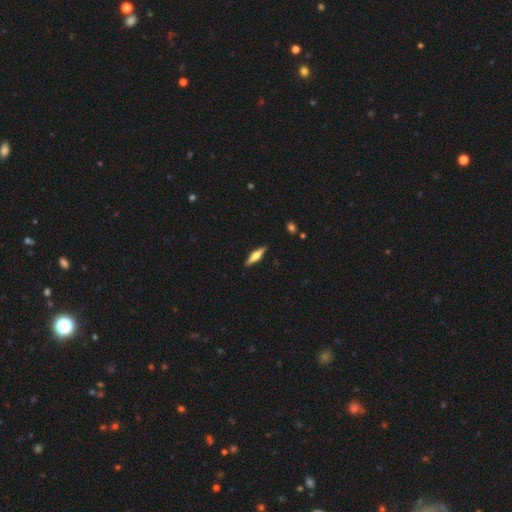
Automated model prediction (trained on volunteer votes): Q: Smooth or featured?
A: featured or disk (55%); runner-up: smooth (40%)
Q: Edge-on disk?
A: yes (96%); runner-up: no (4%)
Q: Edge-on bulge?
A: rounded (87%); runner-up: boxy (9%)
Q: Merging?
A: none (90%); runner-up: minor disturbance (8%)